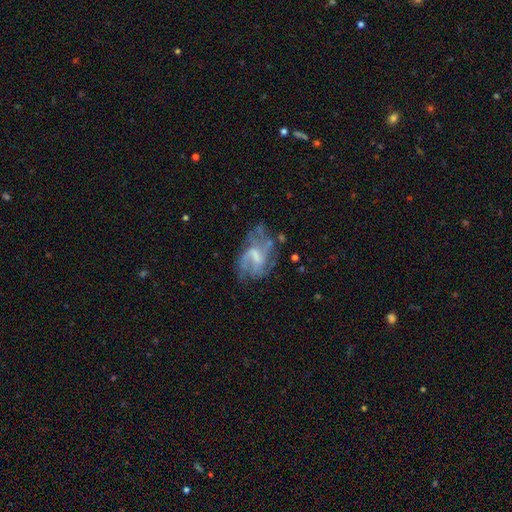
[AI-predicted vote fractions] A featured or disk galaxy (74%) with a weak bar (51%), medium (43%) spiral arms (78%) and a moderate central bulge (34%). Merging: none (49%).